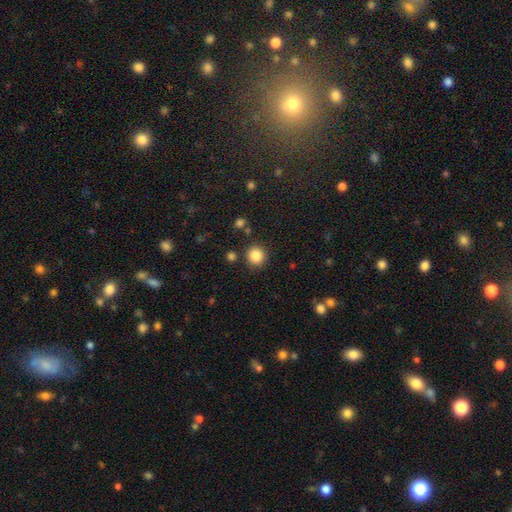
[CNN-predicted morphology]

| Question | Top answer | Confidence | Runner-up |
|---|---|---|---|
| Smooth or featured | smooth | 85% | star or artifact (11%) |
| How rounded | round | 90% | in between (9%) |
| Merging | none | 87% | minor disturbance (7%) |